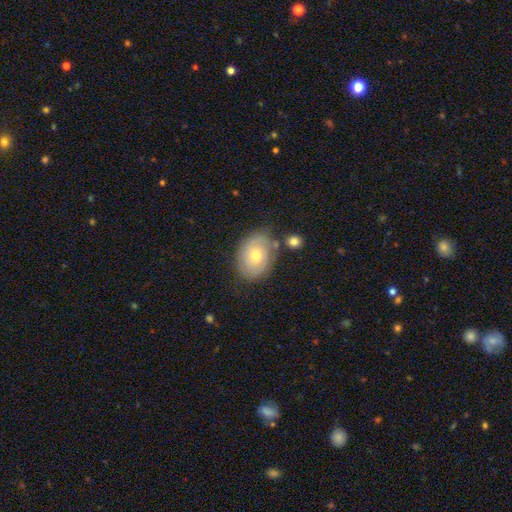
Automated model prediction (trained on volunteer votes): Smooth or featured: smooth — 55% (featured or disk — 36%)
How rounded: in between — 65% (round — 34%)
Merging: none — 71% (minor disturbance — 18%)